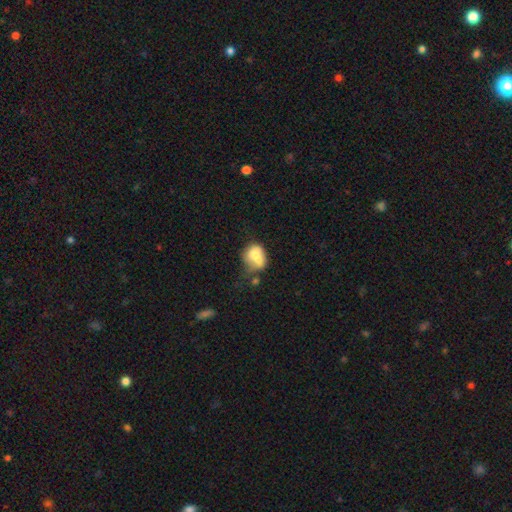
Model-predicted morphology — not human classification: Smooth or featured?
  - smooth: 66% *
  - featured or disk: 25%
  - star or artifact: 9%
How rounded?
  - in between: 53% *
  - round: 45%
  - cigar-shaped: 1%
Merging?
  - merger: 48% *
  - none: 22%
  - minor disturbance: 17%
  - major disturbance: 13%